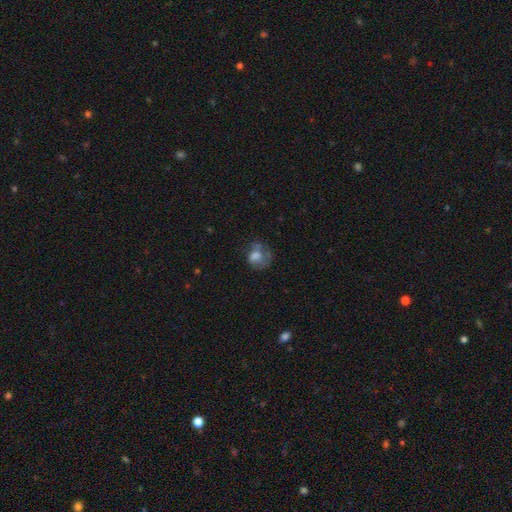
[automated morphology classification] This appears to be a smooth galaxy with no disk features (54%) that is round (54%). Merging: major disturbance (35%, tied with none).